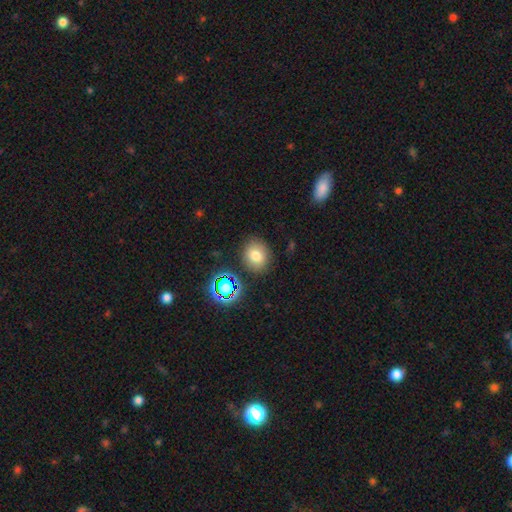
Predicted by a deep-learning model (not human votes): This is likely a smooth galaxy (75%). How rounded: likely round (67%). Merging: clearly none (83%).